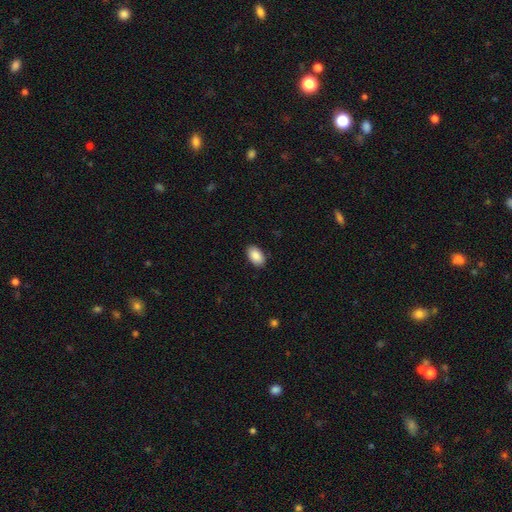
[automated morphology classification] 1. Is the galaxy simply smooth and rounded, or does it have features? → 88% smooth, 7% star or artifact, 5% featured or disk.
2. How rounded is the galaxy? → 94% in between, 5% round, 1% cigar-shaped.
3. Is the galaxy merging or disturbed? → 88% none, 9% minor disturbance, 2% major disturbance, 1% merger.